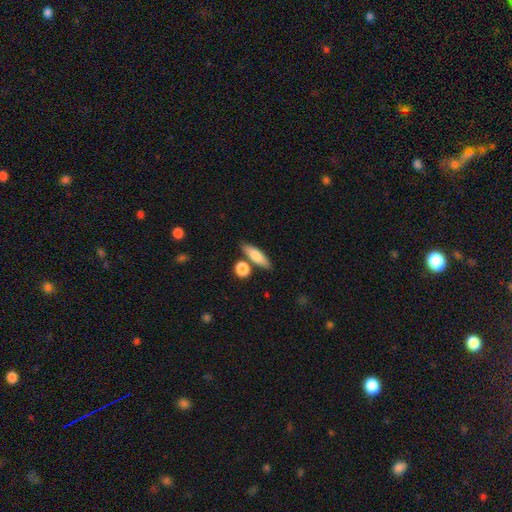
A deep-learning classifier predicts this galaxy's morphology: This appears to be a smooth galaxy with no disk features (77%) that is in between round and cigar-shaped (49%). Merging: none (73%).